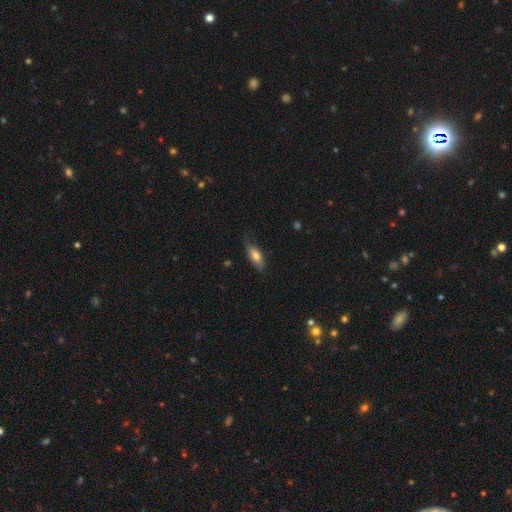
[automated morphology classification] smooth-or-featured: smooth: 73% | featured or disk: 21% | star or artifact: 7%
  how-rounded: in between: 75% | cigar-shaped: 22% | round: 3%
  merging: none: 70% | minor disturbance: 23% | major disturbance: 6% | merger: 1%